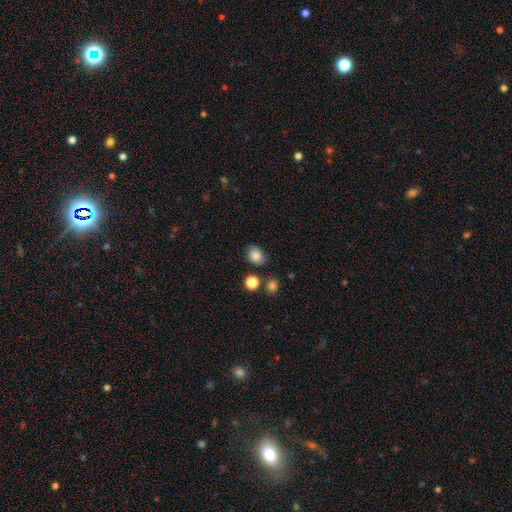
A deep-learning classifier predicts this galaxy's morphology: smooth_or_featured: smooth (p=0.81) [alt: star or artifact p=0.10]
how_rounded: in between (p=0.53) [alt: round p=0.46]
merging: none (p=0.70) [alt: minor disturbance p=0.20]